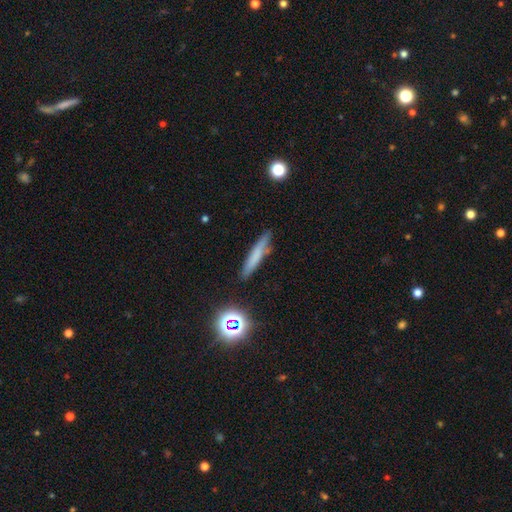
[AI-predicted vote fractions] This is likely a smooth galaxy (65%). How rounded: clearly cigar-shaped (90%). Merging: likely none (79%).